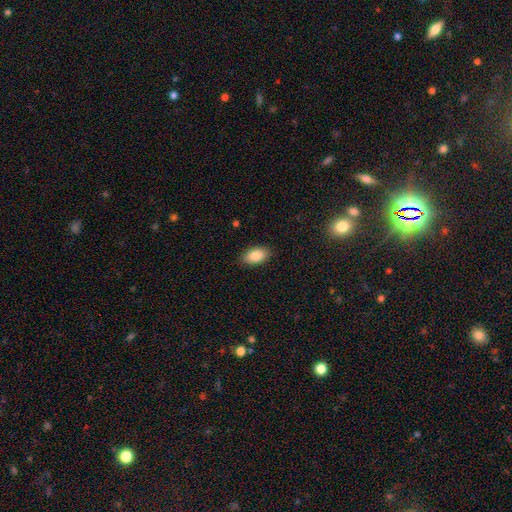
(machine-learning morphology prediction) A smooth galaxy with no disk features (86%) that is in between round and cigar-shaped (93%). Merging: none (88%).